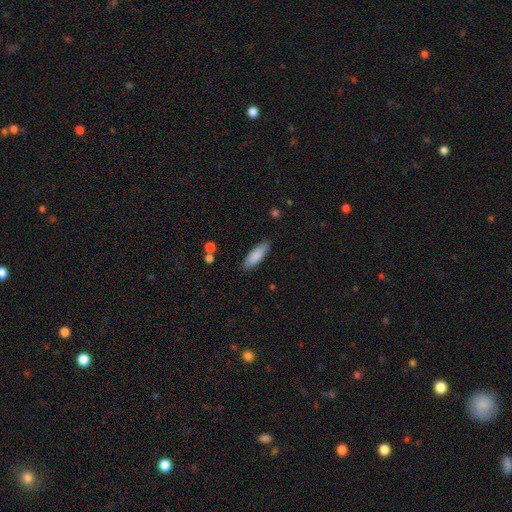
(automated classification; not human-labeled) This appears to be a smooth galaxy with no disk features (85%) that is in between round and cigar-shaped (57%). Merging: none (86%).